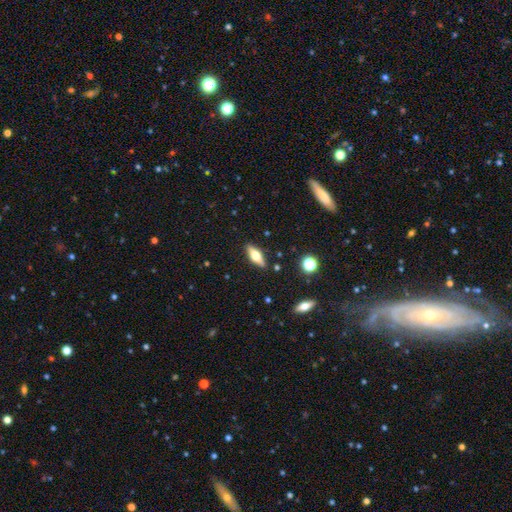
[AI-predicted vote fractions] Smooth or featured? Predicted: smooth (p=0.47). Merging? Predicted: none (p=0.87).